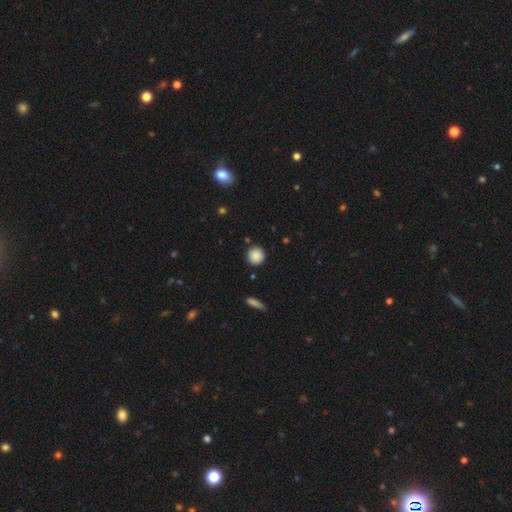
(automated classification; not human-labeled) A smooth galaxy with no disk features (88%) that is round (93%). Merging: none (88%).